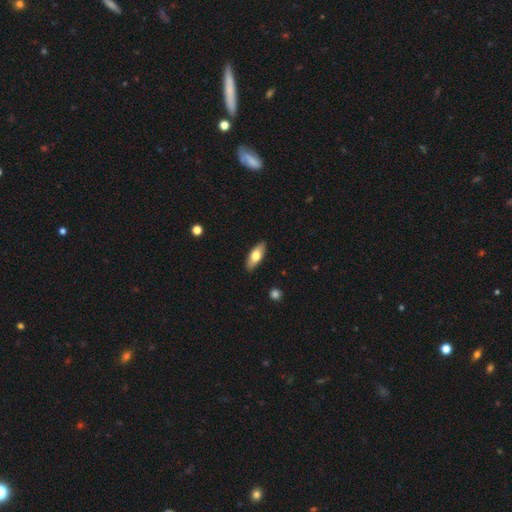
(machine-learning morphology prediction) type=smooth (68%); roundness=in between (76%); merging=none (89%).